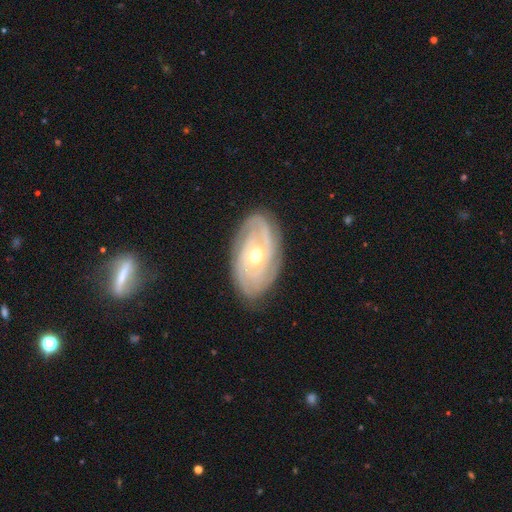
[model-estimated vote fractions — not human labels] Overall: featured or disk (84%). Edge-on disk: no (94%). Bar: no (74%). Spiral arms: yes (92%). Spiral arm count: can't tell (34%; 2 28%). Spiral winding: tight (77%). Bulge size: moderate (64%; small 32%). Merging: none (80%).